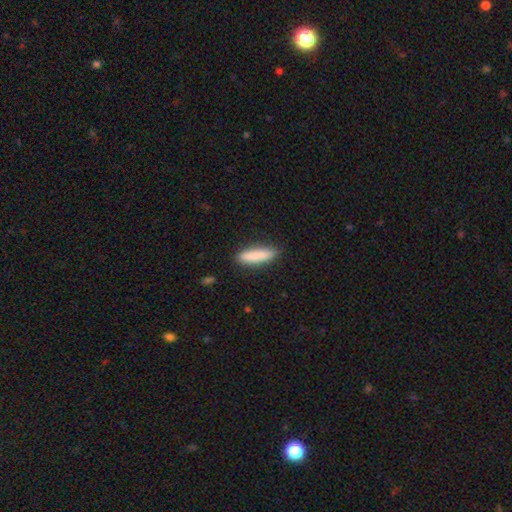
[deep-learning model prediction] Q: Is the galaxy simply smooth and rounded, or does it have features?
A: smooth — 86%.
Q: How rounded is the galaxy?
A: cigar-shaped — 76%.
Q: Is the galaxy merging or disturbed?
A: none — 88%.